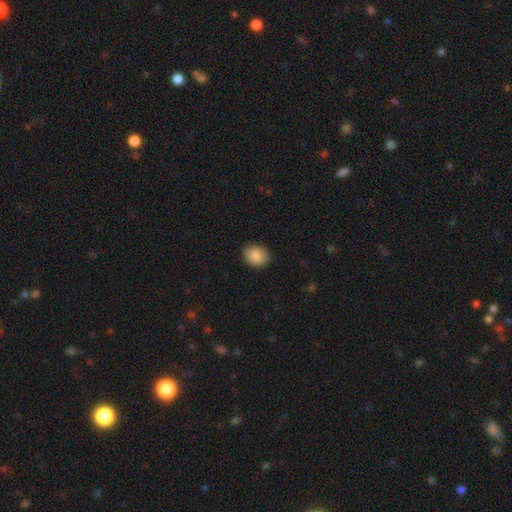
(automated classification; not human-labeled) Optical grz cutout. It shows a smooth galaxy with no disk features (88%) that is in between round and cigar-shaped (50%). Merging: none (89%).